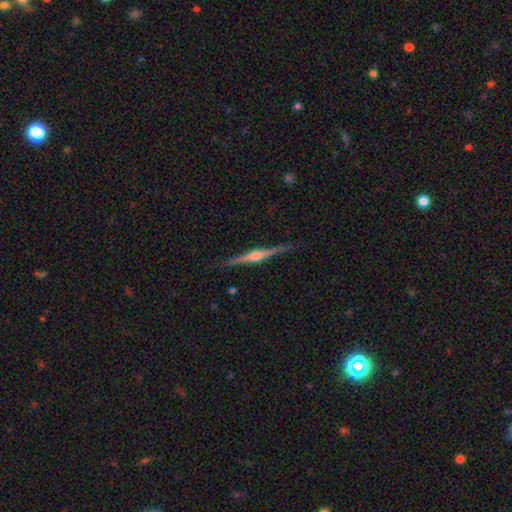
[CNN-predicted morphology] smooth_or_featured: featured or disk (p=0.84) [alt: smooth p=0.11]
disk_edge_on: yes (p=0.98) [alt: no p=0.02]
edge_on_bulge: rounded (p=0.89) [alt: boxy p=0.08]
merging: none (p=0.89) [alt: minor disturbance p=0.08]